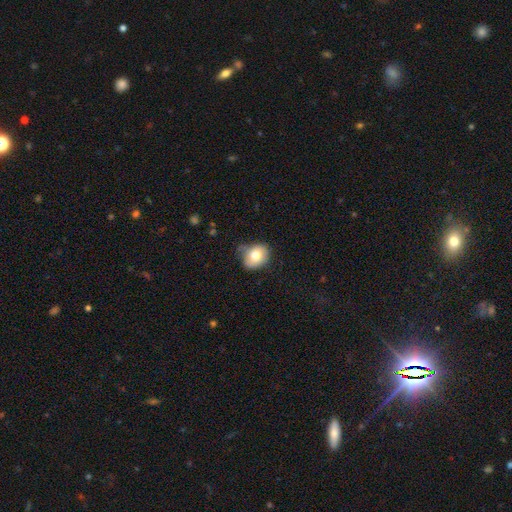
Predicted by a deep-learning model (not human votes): This is likely a smooth galaxy (77%). How rounded: possibly round (55%). Merging: possibly none (59%).